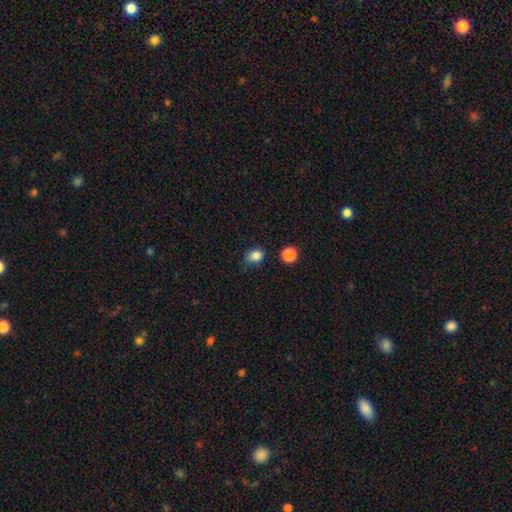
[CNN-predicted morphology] Smooth or featured: smooth — 84% (star or artifact — 11%)
How rounded: in between — 58% (round — 40%)
Merging: none — 68% (minor disturbance — 23%)